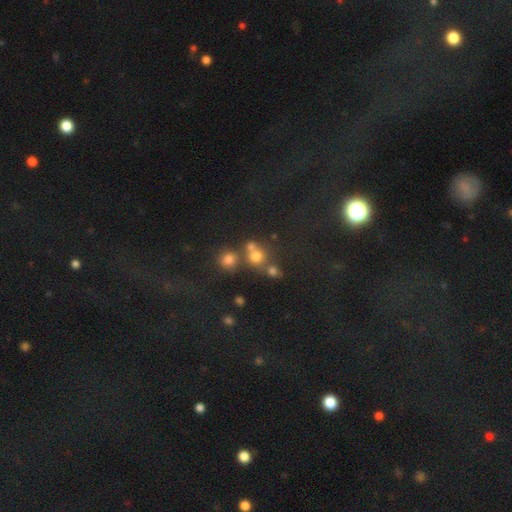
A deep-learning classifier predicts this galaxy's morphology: Overall: smooth (67%). How rounded: round (86%). Merging: none (55%; merger 31%).